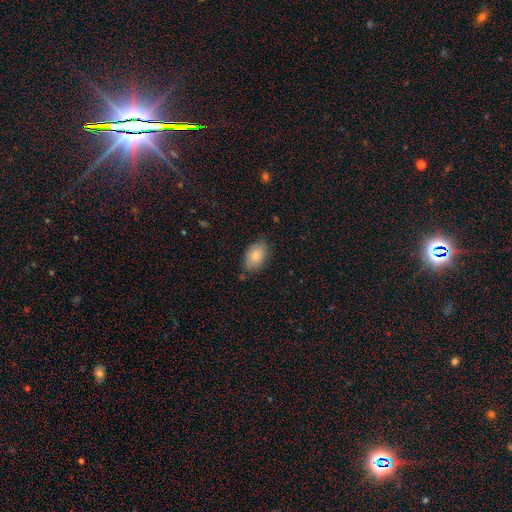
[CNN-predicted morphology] The model was most divided on "merging": none: 77%, minor disturbance: 18%, major disturbance: 3%, merger: 2%. More confident: how rounded — in between (90%); smooth or featured — smooth (80%).